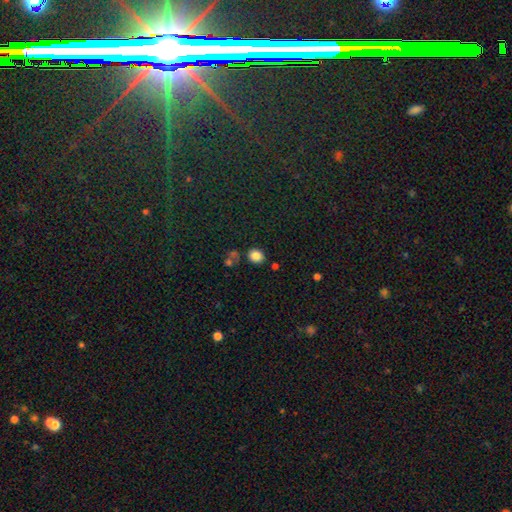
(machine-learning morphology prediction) smooth_or_featured: smooth (p=0.83) [alt: star or artifact p=0.12]
how_rounded: round (p=0.63) [alt: in between p=0.36]
merging: none (p=0.73) [alt: minor disturbance p=0.13]